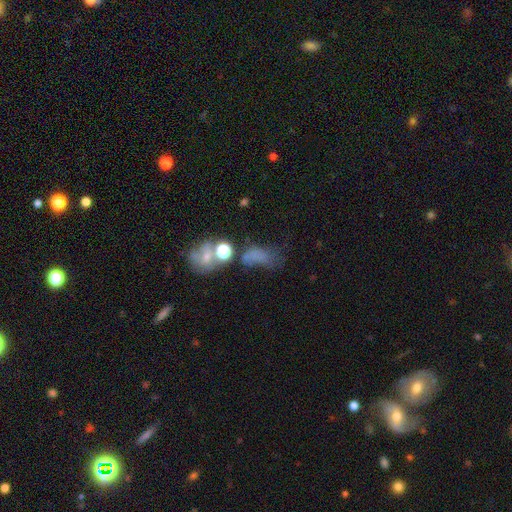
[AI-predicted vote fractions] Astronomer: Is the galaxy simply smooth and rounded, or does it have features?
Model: smooth — 55%.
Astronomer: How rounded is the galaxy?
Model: in between — 69%.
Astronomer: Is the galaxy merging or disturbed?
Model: major disturbance — 30% (runner-up: none, 28%).